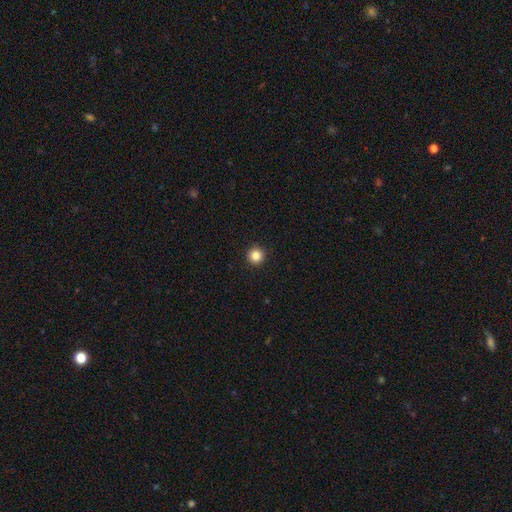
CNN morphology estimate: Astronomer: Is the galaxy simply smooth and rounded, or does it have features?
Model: smooth — 85%.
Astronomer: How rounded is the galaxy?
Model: round — 96%.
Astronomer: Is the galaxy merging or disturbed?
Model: none — 94%.